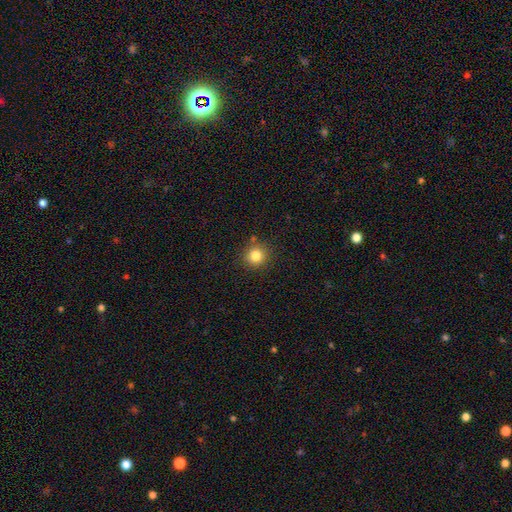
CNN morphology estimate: Smooth or featured? Predicted: smooth (p=0.82). How rounded? Predicted: round (p=0.91). Merging? Predicted: none (p=0.85).